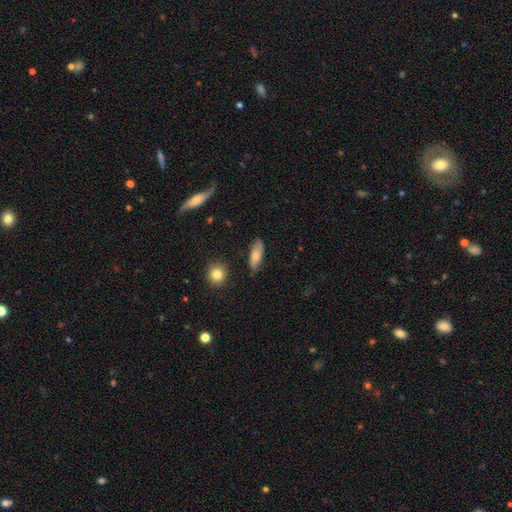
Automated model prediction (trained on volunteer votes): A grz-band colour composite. It shows a smooth galaxy with no disk features (62%) that is in between round and cigar-shaped (72%). Merging: none (77%).